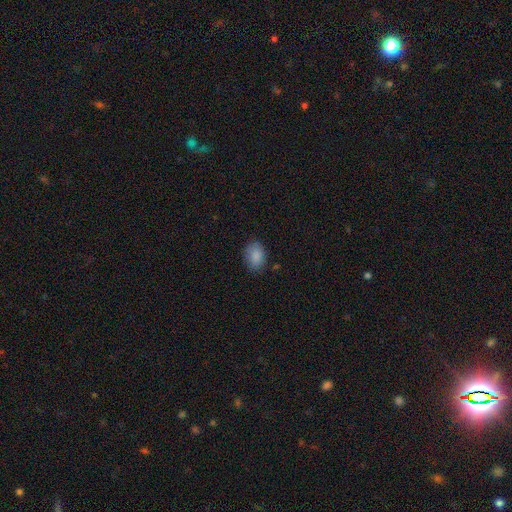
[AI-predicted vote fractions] Morphology: type=smooth (88%); roundness=in between (79%); merging=none (81%).